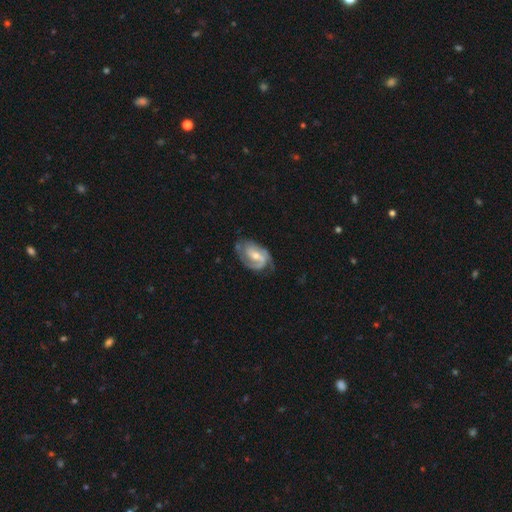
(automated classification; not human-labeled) Overall: featured or disk (82%). Edge-on disk: no (97%). Bar: weak (47%; no 34%). Spiral arms: yes (94%). Spiral arm count: 2 (61%). Spiral winding: medium (44%; tight 38%). Bulge size: moderate (50%; small 45%). Merging: none (59%; minor disturbance 25%).